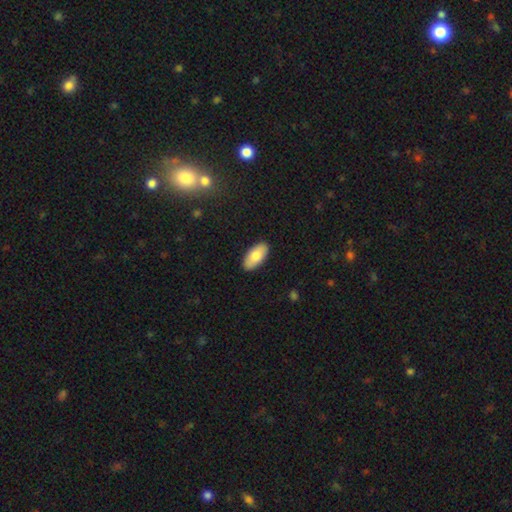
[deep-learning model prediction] Smooth or featured?
  - smooth: 79% *
  - featured or disk: 15%
  - star or artifact: 6%
How rounded?
  - in between: 93% *
  - cigar-shaped: 5%
  - round: 2%
Merging?
  - none: 90% *
  - minor disturbance: 8%
  - major disturbance: 2%
  - merger: 1%